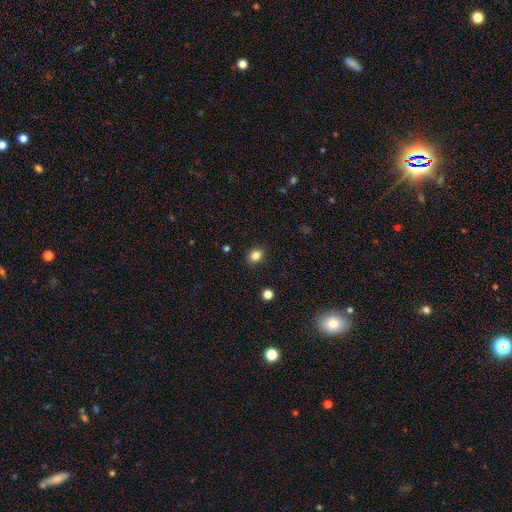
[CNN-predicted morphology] Smooth or featured: smooth — 84% (star or artifact — 11%)
How rounded: round — 50% (in between — 49%)
Merging: none — 88% (minor disturbance — 8%)